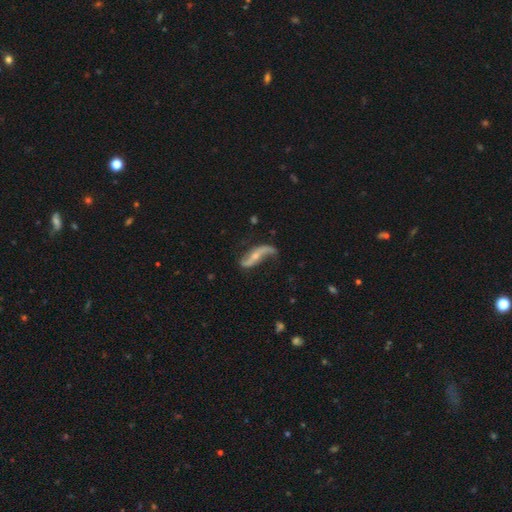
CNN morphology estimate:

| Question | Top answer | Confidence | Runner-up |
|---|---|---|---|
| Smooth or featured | featured or disk | 83% | smooth (11%) |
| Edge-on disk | no | 86% | yes (14%) |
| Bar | no | 43% | strong (32%) |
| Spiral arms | yes | 92% | no (8%) |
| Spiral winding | loose | 87% | medium (9%) |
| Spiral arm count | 2 | 88% | 1 (7%) |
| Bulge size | small | 57% | moderate (37%) |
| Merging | none | 60% | minor disturbance (23%) |